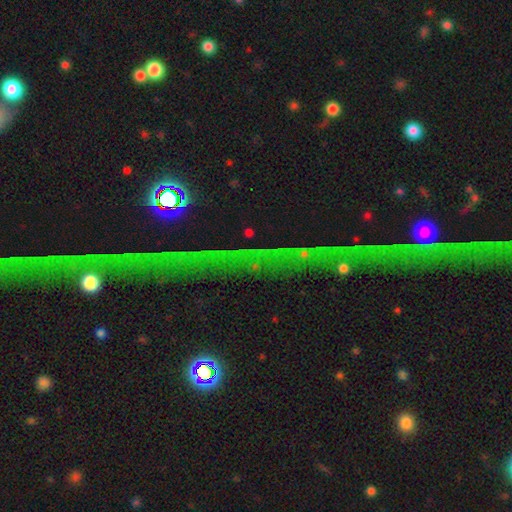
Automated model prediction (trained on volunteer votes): smooth-or-featured: star or artifact: 76% | featured or disk: 14% | smooth: 10%